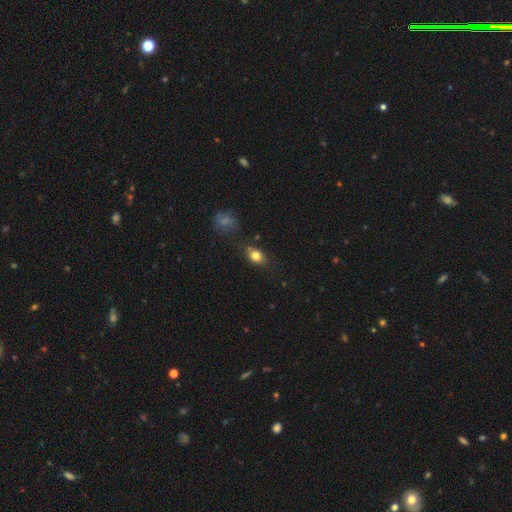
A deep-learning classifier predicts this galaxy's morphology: The model was most divided on "how rounded": in between: 65%, round: 33%, cigar-shaped: 3%. More confident: smooth or featured — smooth (80%); merging — none (74%).